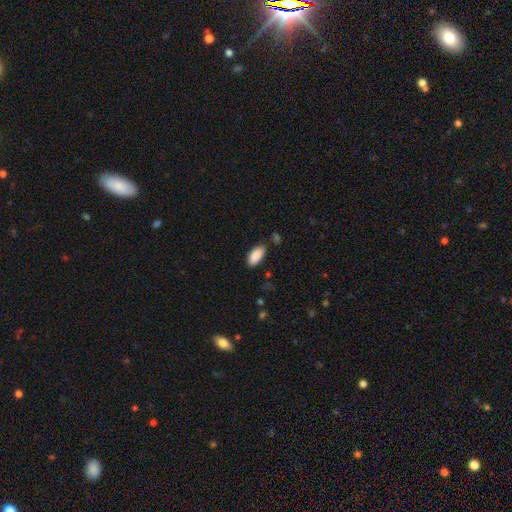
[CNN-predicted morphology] This appears to be a smooth galaxy with no disk features (90%) that is in between round and cigar-shaped (93%). Merging: none (81%).